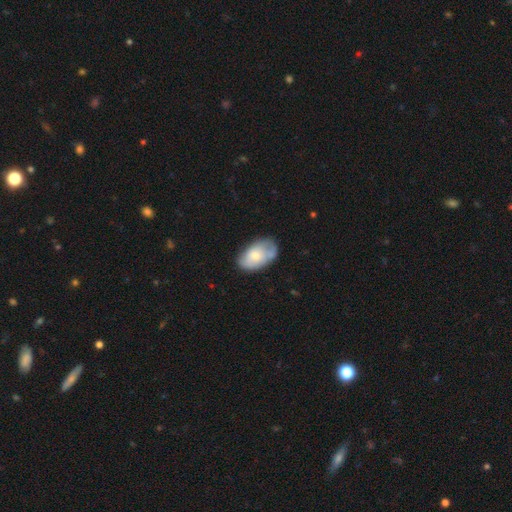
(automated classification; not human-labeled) A smooth galaxy with no disk features (58%) that is in between round and cigar-shaped (91%). Merging: none (54%).